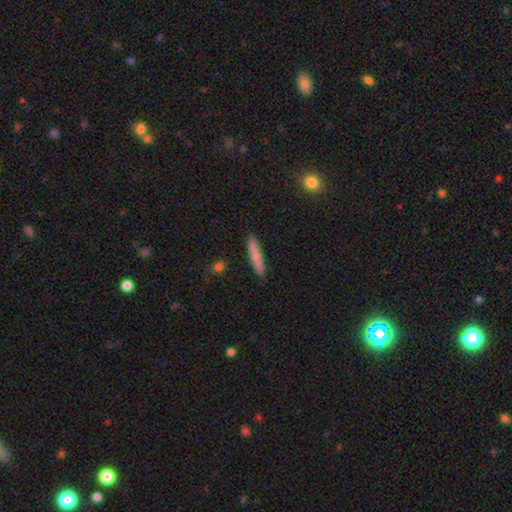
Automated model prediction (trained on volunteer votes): Smooth or featured? Predicted: smooth (p=0.75). How rounded? Predicted: cigar-shaped (p=0.90). Merging? Predicted: none (p=0.89).